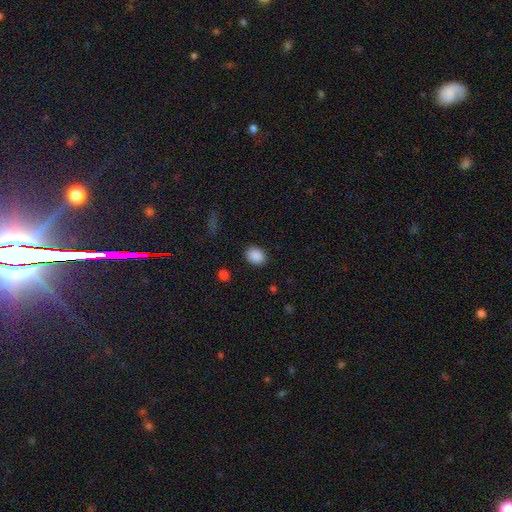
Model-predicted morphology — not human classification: A smooth galaxy with no disk features (89%) that is in between round and cigar-shaped (57%).

Vote fractions:
- Smooth or featured? smooth: 89% / star or artifact: 8% / featured or disk: 3%
- How rounded? in between: 57% / round: 42% / cigar-shaped: 1%
- Merging? none: 88% / minor disturbance: 8% / major disturbance: 3% / merger: 1%